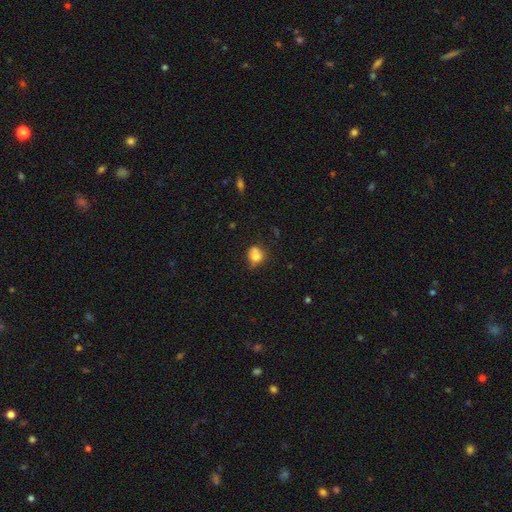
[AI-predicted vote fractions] The model was most divided on "merging": none: 38%, merger: 37%, minor disturbance: 17%, major disturbance: 7%. More confident: smooth or featured — smooth (71%); how rounded — round (69%).